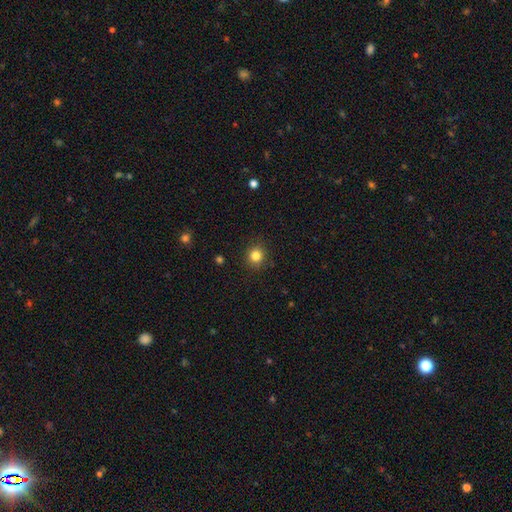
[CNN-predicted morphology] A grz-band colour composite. It shows a smooth galaxy with no disk features (83%) that is round (90%). Merging: none (90%).